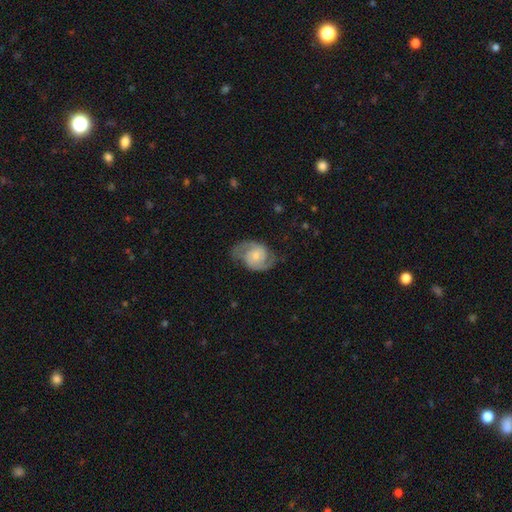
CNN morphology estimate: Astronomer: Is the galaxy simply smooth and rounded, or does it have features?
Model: featured or disk — 84%.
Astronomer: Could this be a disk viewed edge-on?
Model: no — 98%.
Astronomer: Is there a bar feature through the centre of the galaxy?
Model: no — 61%.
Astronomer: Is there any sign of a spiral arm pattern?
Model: yes — 96%.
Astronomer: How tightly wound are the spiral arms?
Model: medium — 52% (runner-up: tight, 29%).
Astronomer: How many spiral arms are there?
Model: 2 — 92%.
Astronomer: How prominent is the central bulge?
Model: small — 46% (runner-up: moderate, 40%).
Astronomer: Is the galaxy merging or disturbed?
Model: none — 73%.